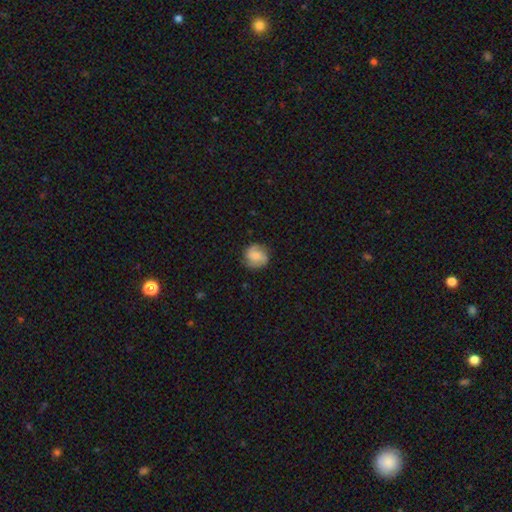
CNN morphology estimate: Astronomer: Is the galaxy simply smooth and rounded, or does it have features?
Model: featured or disk — 48% (runner-up: smooth, 44%).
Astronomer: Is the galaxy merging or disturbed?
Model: none — 81%.